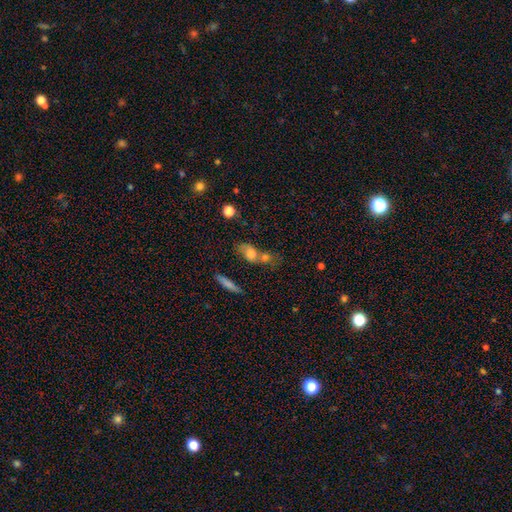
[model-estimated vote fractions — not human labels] smooth 48%, featured or disk 33%, star or artifact 19%. Down the decision tree: merging — none (53%).